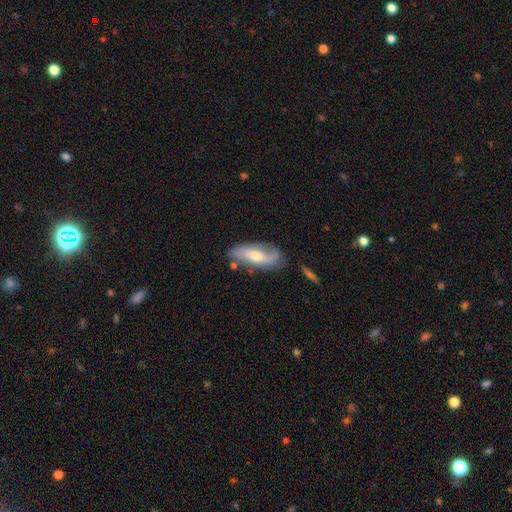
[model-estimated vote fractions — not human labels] Morphology: type=featured or disk (60%); edge-on=no (83%); merging=none (66%).